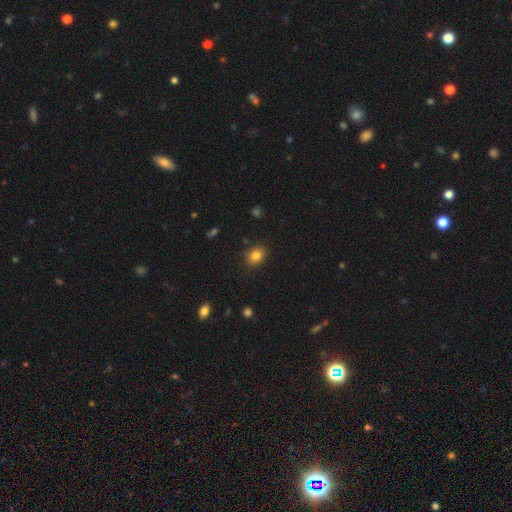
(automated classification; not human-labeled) smooth-or-featured: smooth: 83% | star or artifact: 11% | featured or disk: 6%
  how-rounded: round: 54% | in between: 45% | cigar-shaped: 1%
  merging: none: 83% | minor disturbance: 12% | major disturbance: 3% | merger: 2%